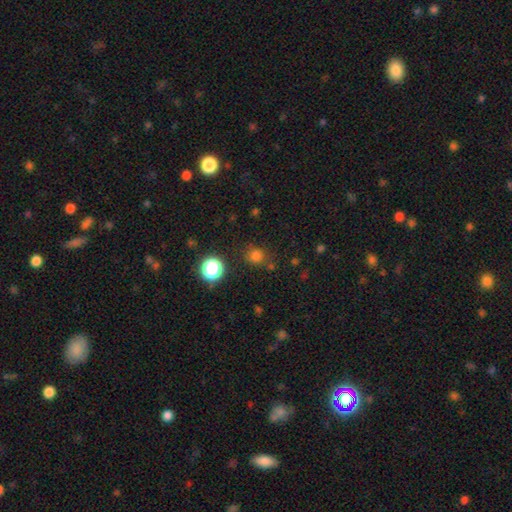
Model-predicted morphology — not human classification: Smooth or featured?
  - smooth: 75% *
  - star or artifact: 20%
  - featured or disk: 4%
How rounded?
  - round: 87% *
  - in between: 12%
  - cigar-shaped: 1%
Merging?
  - none: 80% *
  - minor disturbance: 12%
  - major disturbance: 4%
  - merger: 4%